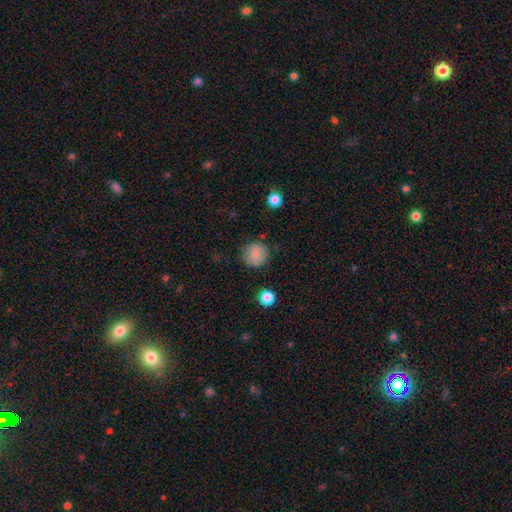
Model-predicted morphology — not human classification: smooth-or-featured: smooth: 81% | featured or disk: 10% | star or artifact: 9%
  how-rounded: round: 93% | in between: 6% | cigar-shaped: 1%
  merging: none: 84% | minor disturbance: 11% | major disturbance: 3% | merger: 2%